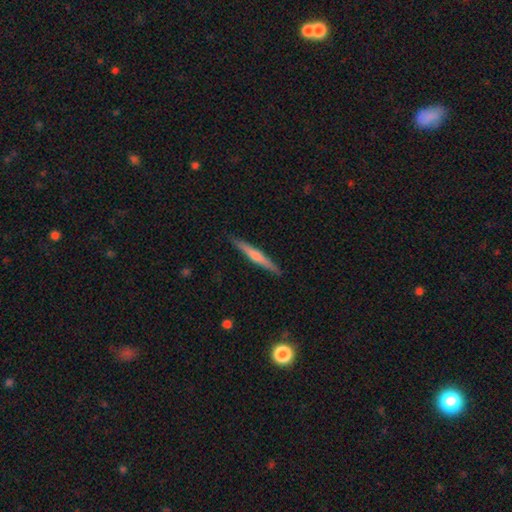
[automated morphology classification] Smooth or featured: featured or disk — 55% (smooth — 39%)
Edge-on disk: yes — 97% (no — 3%)
Edge-on bulge: rounded — 67% (none — 26%)
Merging: none — 90% (minor disturbance — 7%)